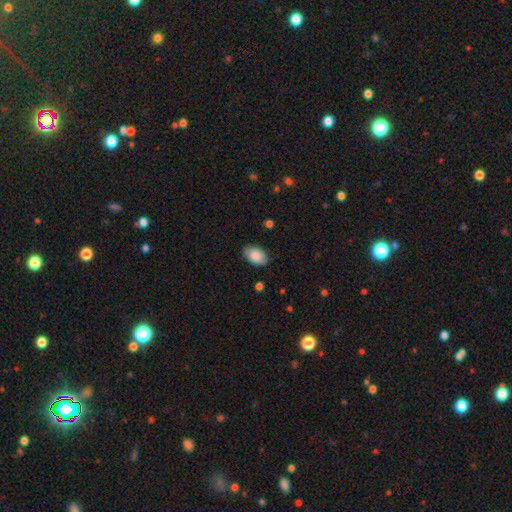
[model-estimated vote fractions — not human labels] Smooth or featured: smooth — 86% (featured or disk — 7%)
How rounded: in between — 91% (round — 8%)
Merging: none — 83% (minor disturbance — 13%)